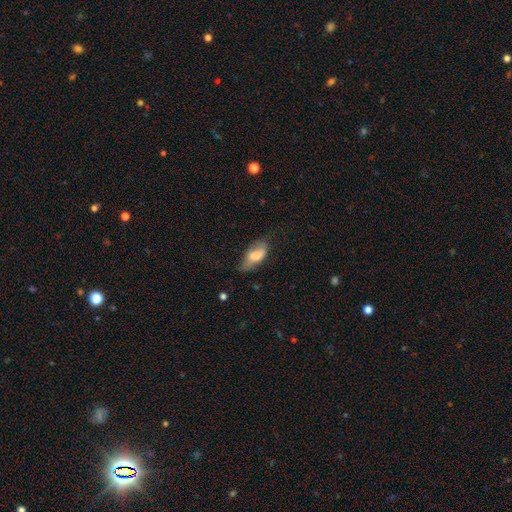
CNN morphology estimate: This appears to be a smooth galaxy with no disk features (69%) that is in between round and cigar-shaped (88%). Merging: none (39%).